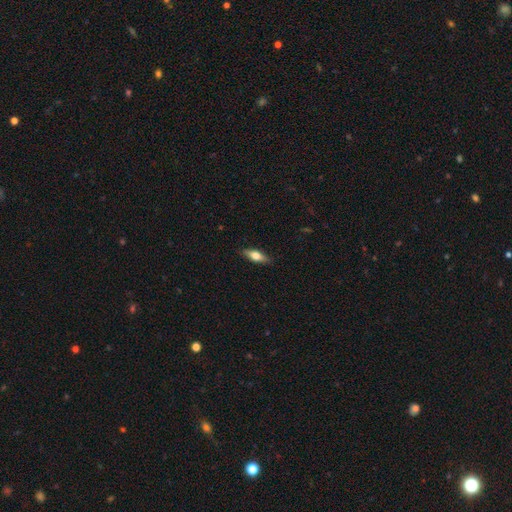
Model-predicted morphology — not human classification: smooth-or-featured: smooth: 64% | featured or disk: 30% | star or artifact: 6%
  how-rounded: in between: 61% | cigar-shaped: 36% | round: 3%
  merging: none: 87% | minor disturbance: 10% | major disturbance: 2% | merger: 1%